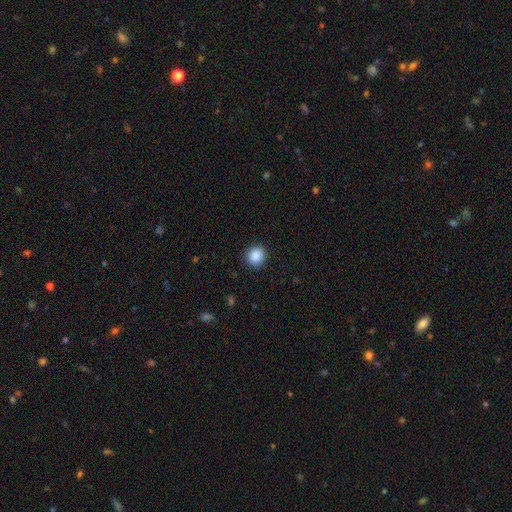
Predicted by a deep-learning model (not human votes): Smooth or featured?
  - smooth: 88% *
  - star or artifact: 9%
  - featured or disk: 3%
How rounded?
  - round: 87% *
  - in between: 12%
  - cigar-shaped: 1%
Merging?
  - none: 90% *
  - minor disturbance: 7%
  - major disturbance: 2%
  - merger: 1%